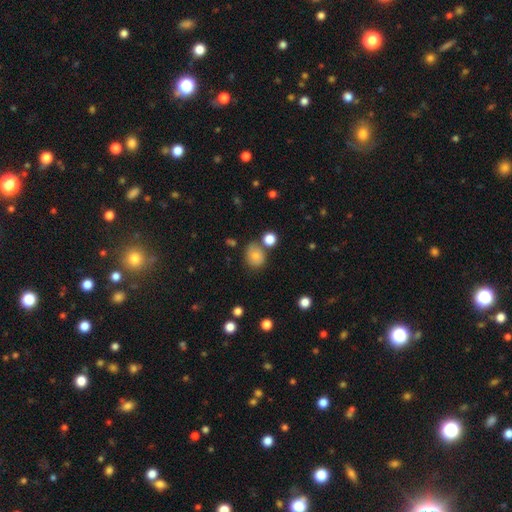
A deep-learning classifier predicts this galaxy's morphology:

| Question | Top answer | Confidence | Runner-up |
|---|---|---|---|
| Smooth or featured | smooth | 76% | featured or disk (12%) |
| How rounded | round | 64% | in between (35%) |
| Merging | none | 64% | minor disturbance (19%) |